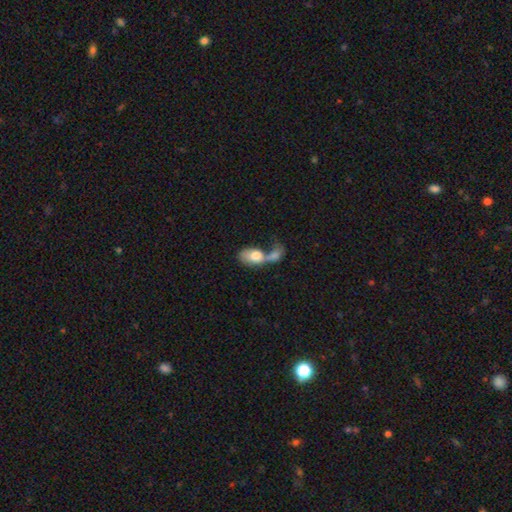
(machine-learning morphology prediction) A smooth galaxy with no disk features (71%) that is in between round and cigar-shaped (85%).

Vote fractions:
- Smooth or featured? smooth: 71% / featured or disk: 23% / star or artifact: 6%
- How rounded? in between: 85% / round: 12% / cigar-shaped: 3%
- Merging? merger: 72% / major disturbance: 12% / none: 10% / minor disturbance: 6%